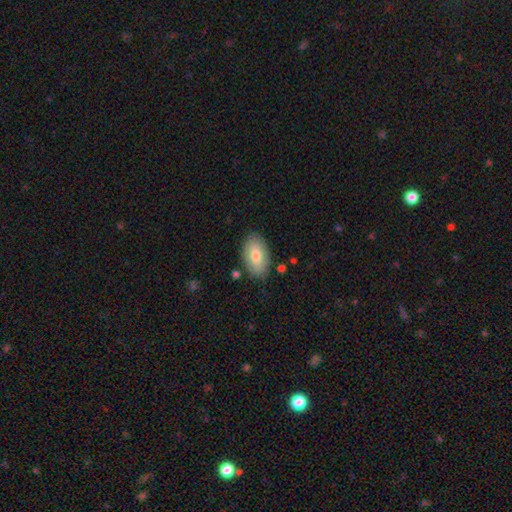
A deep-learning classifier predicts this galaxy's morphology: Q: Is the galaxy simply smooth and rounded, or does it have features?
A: smooth — 74%.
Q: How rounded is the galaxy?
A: in between — 94%.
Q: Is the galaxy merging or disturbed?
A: none — 82%.